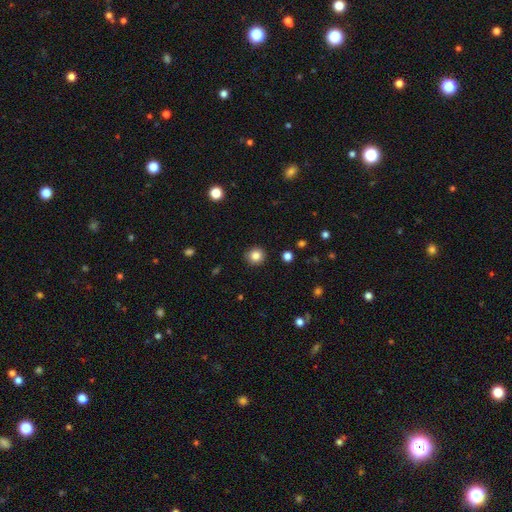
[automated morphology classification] A smooth galaxy with no disk features (84%) that is round (92%).

Vote fractions:
- Smooth or featured? smooth: 84% / star or artifact: 11% / featured or disk: 5%
- How rounded? round: 92% / in between: 7% / cigar-shaped: 1%
- Merging? none: 92% / minor disturbance: 6% / major disturbance: 2% / merger: 1%